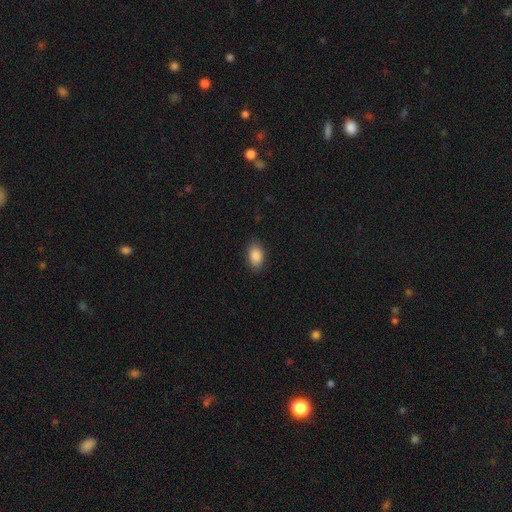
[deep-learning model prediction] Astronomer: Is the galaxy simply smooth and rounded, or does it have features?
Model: smooth — 89%.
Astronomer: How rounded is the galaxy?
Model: in between — 89%.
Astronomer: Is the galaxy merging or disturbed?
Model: none — 85%.